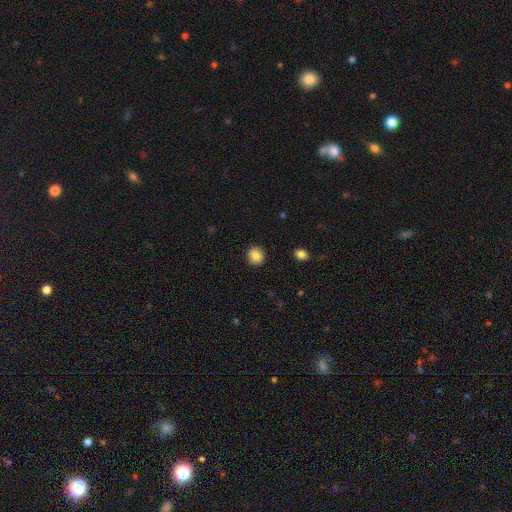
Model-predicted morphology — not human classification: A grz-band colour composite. It shows a smooth galaxy with no disk features (88%) that is round (81%). Merging: none (90%).